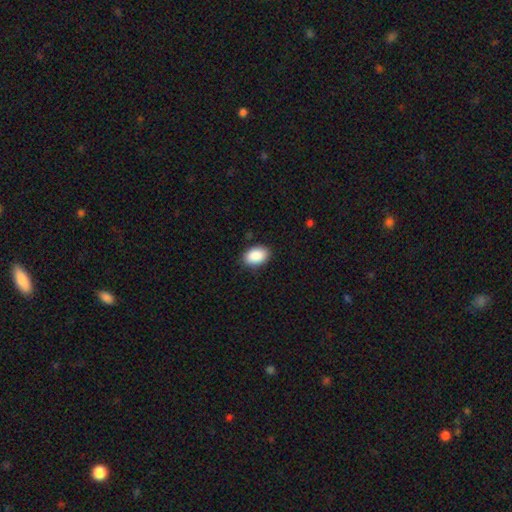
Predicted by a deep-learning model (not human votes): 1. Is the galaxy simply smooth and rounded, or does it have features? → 90% smooth, 7% star or artifact, 3% featured or disk.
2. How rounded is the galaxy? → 88% in between, 10% round, 1% cigar-shaped.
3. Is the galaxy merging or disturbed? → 87% none, 10% minor disturbance, 2% major disturbance, 1% merger.